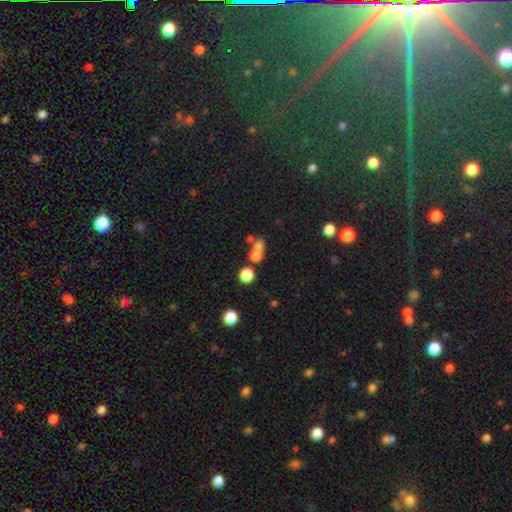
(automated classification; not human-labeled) Smooth or featured? Predicted: smooth (p=0.68). How rounded? Predicted: round (p=0.74). Merging? Predicted: merger (p=0.52).